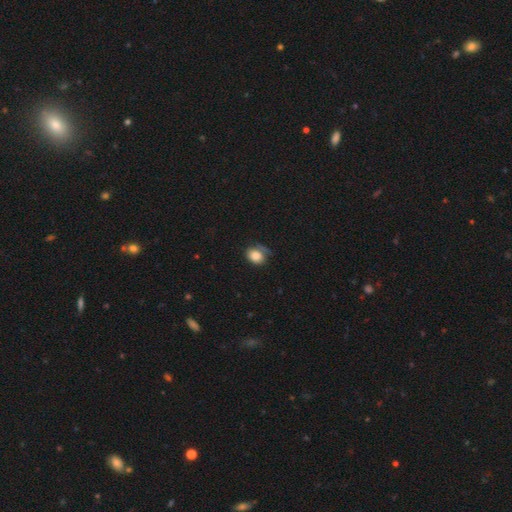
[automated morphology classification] The model was most divided on "how rounded": in between: 51%, round: 47%, cigar-shaped: 1%. More confident: smooth or featured — smooth (83%); merging — none (56%).